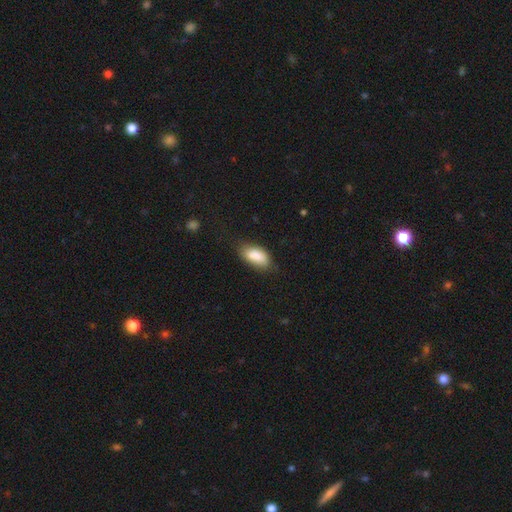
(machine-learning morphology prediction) Smooth or featured? Predicted: smooth (p=0.87). How rounded? Predicted: in between (p=0.91). Merging? Predicted: none (p=0.67).